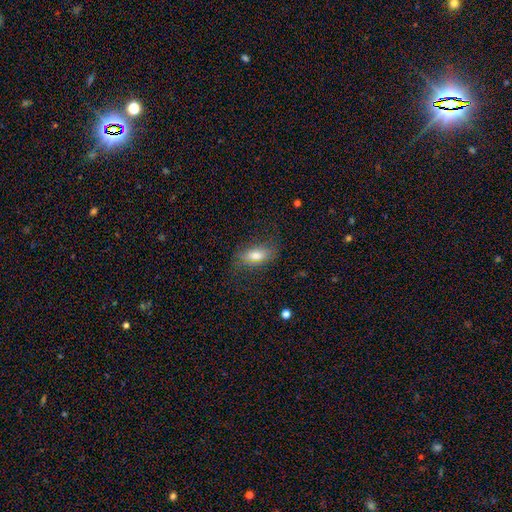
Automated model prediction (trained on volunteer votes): Smooth or featured? Predicted: smooth (p=0.69). How rounded? Predicted: in between (p=0.84). Merging? Predicted: none (p=0.71).